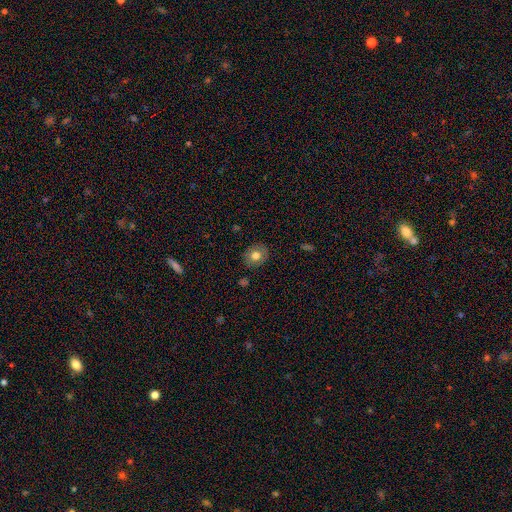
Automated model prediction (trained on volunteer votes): Morphology: type=smooth (72%); roundness=round (69%); merging=none (86%).